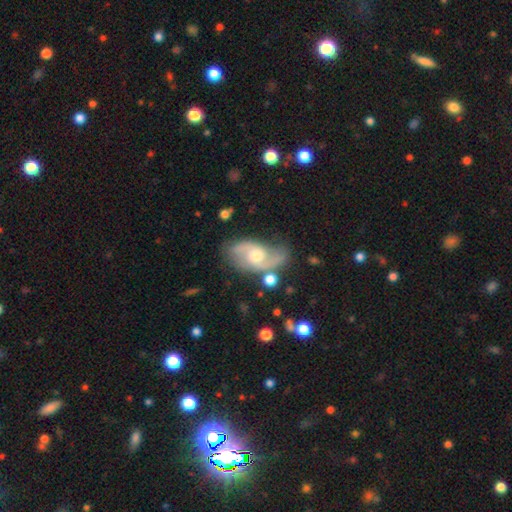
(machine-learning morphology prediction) Smooth or featured? Predicted: featured or disk (p=0.81). Edge-on disk? Predicted: no (p=0.96). Bar? Predicted: no (p=0.61). Spiral arms? Predicted: yes (p=0.95). Spiral winding? Predicted: medium (p=0.47). Spiral arm count? Predicted: 2 (p=0.87). Bulge size? Predicted: moderate (p=0.61). Merging? Predicted: none (p=0.67).